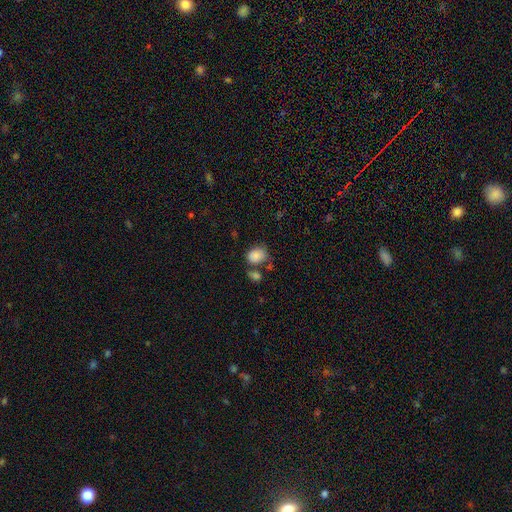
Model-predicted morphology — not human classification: smooth-or-featured: smooth: 82% | featured or disk: 9% | star or artifact: 9%
  how-rounded: in between: 55% | round: 44% | cigar-shaped: 1%
  merging: none: 48% | merger: 22% | minor disturbance: 20% | major disturbance: 9%